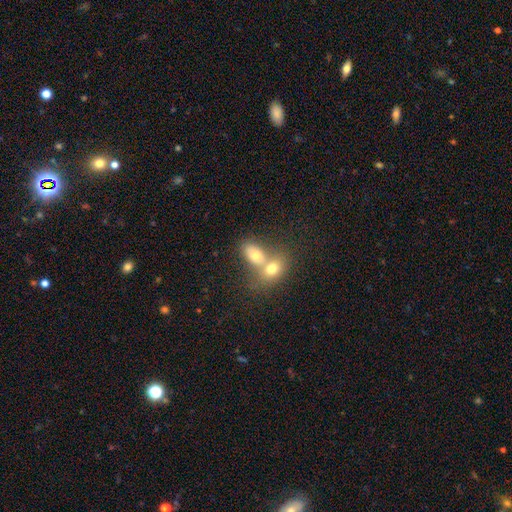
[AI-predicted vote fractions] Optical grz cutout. It shows a smooth galaxy with no disk features (71%) that is in between round and cigar-shaped (77%). Merging: merger (66%).